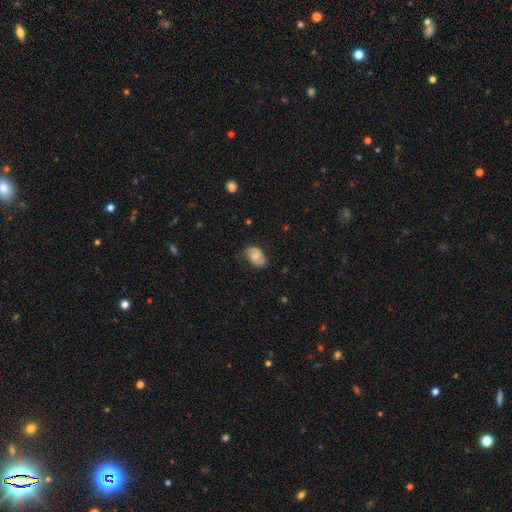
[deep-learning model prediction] A featured or disk galaxy (53%) with no bar (63%), spiral arms (85%) and a small central bulge (45%). Merging: none (58%).